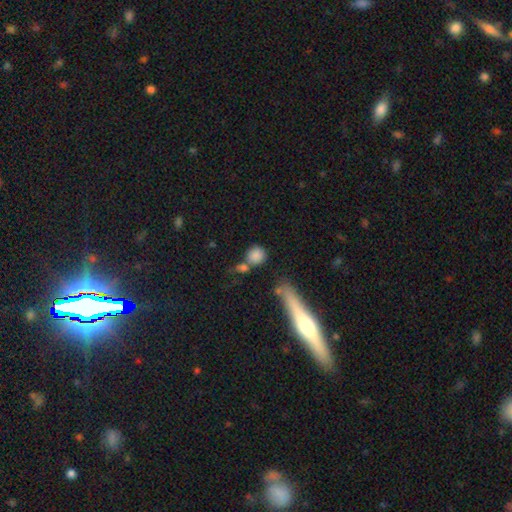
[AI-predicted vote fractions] A smooth galaxy with no disk features (82%) that is round (80%). Merging: none (57%).